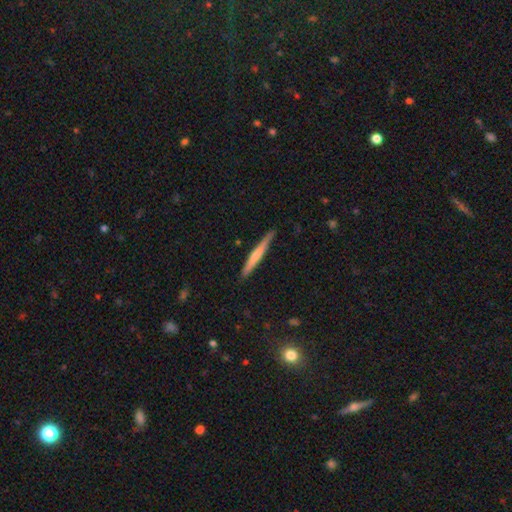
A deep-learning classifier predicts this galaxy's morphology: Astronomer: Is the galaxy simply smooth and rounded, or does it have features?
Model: smooth — 53% (runner-up: featured or disk, 42%).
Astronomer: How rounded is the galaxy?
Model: cigar-shaped — 96%.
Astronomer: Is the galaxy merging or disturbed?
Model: none — 87%.